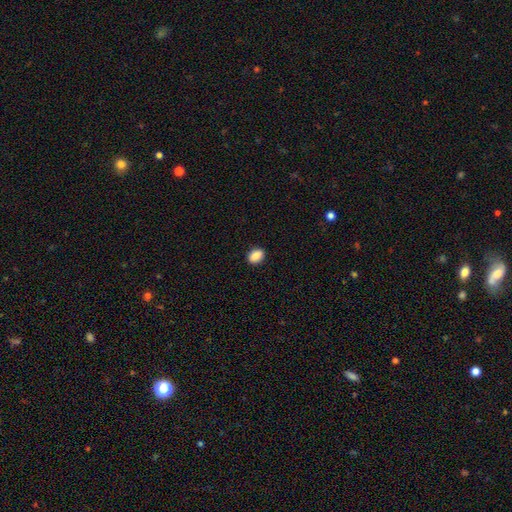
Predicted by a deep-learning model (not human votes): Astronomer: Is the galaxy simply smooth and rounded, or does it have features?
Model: smooth — 89%.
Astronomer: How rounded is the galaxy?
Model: in between — 78%.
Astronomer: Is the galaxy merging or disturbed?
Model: none — 89%.